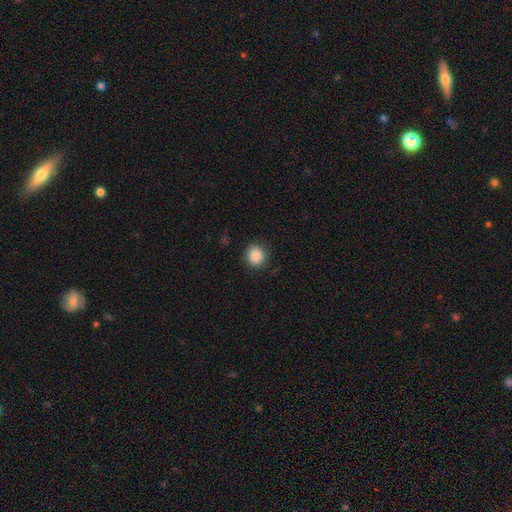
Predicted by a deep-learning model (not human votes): Smooth or featured: smooth — 86% (star or artifact — 9%)
How rounded: round — 86% (in between — 13%)
Merging: none — 88% (minor disturbance — 9%)